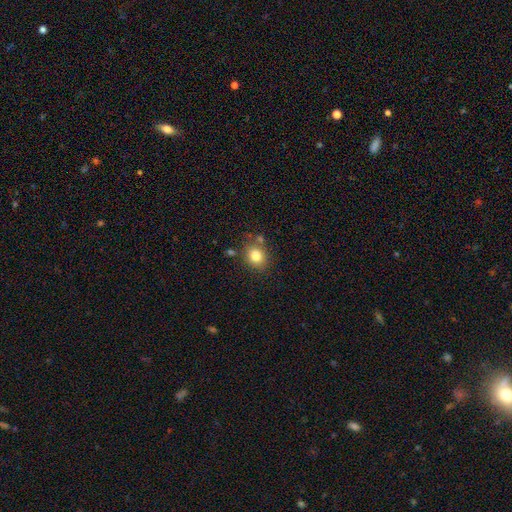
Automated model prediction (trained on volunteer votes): smooth_or_featured: smooth (p=0.81) [alt: star or artifact p=0.11]
how_rounded: round (p=0.67) [alt: in between p=0.32]
merging: none (p=0.76) [alt: minor disturbance p=0.12]